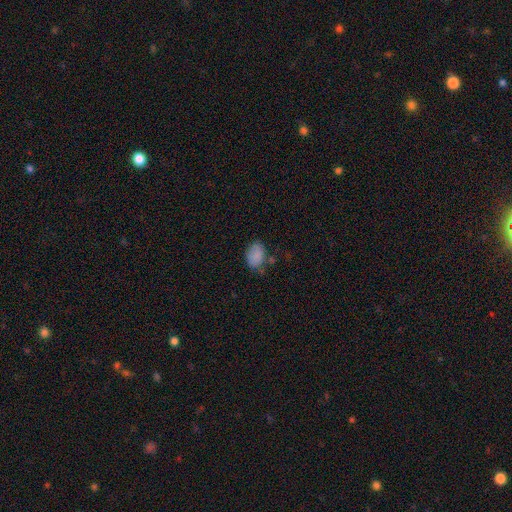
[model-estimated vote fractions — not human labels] Smooth or featured? Predicted: smooth (p=0.84). How rounded? Predicted: in between (p=0.80). Merging? Predicted: none (p=0.62).